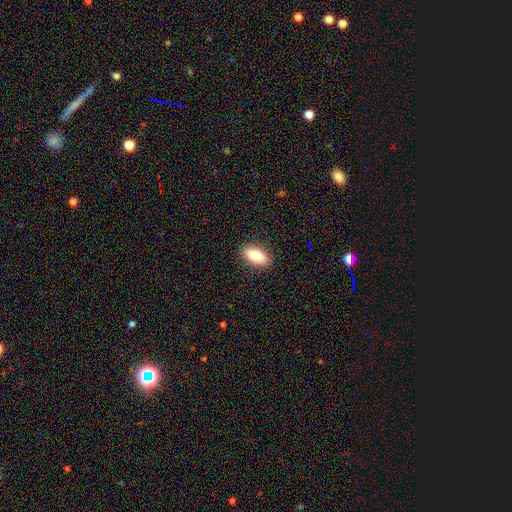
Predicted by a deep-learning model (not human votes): Smooth or featured? Predicted: smooth (p=0.80). How rounded? Predicted: in between (p=0.87). Merging? Predicted: none (p=0.89).